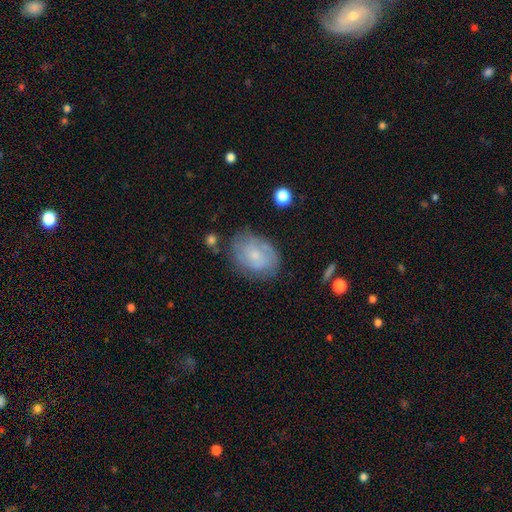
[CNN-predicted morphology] A featured or disk galaxy (48%).

Vote fractions:
- Smooth or featured? featured or disk: 48% / smooth: 44% / star or artifact: 8%
- Merging? none: 68% / minor disturbance: 22% / major disturbance: 7% / merger: 3%